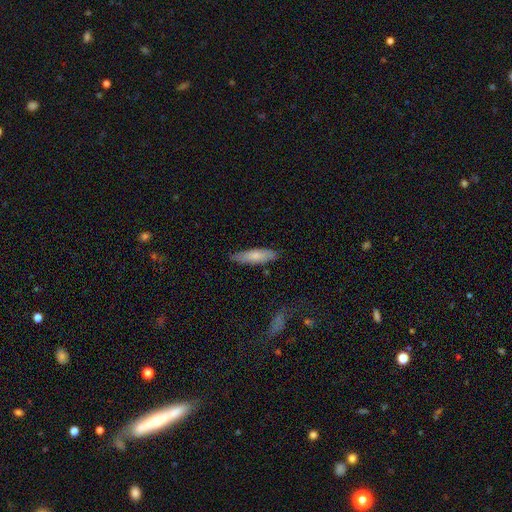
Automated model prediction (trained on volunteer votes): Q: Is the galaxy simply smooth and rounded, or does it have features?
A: smooth — 74%.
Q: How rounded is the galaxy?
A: cigar-shaped — 59%.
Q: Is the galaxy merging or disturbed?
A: none — 80%.